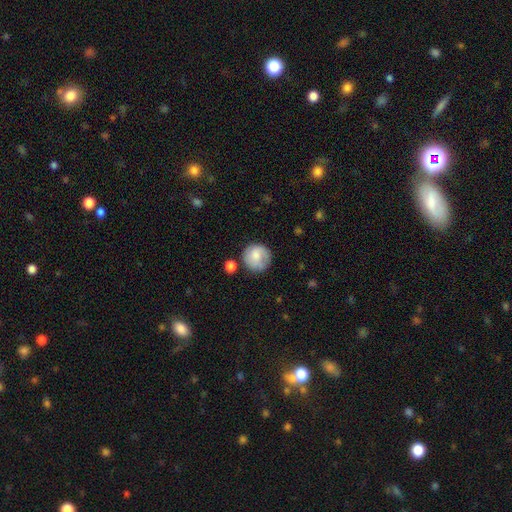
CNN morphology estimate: The model was most divided on "merging": none: 70%, minor disturbance: 18%, major disturbance: 6%, merger: 6%. More confident: how rounded — round (92%); smooth or featured — smooth (75%).